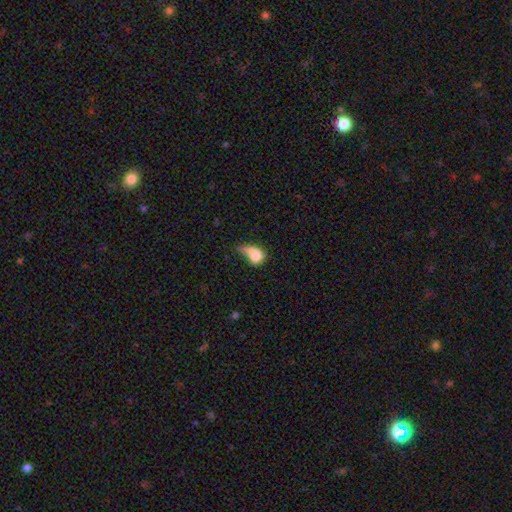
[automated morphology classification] type=smooth (73%); roundness=in between (67%); merging=major disturbance (41%).